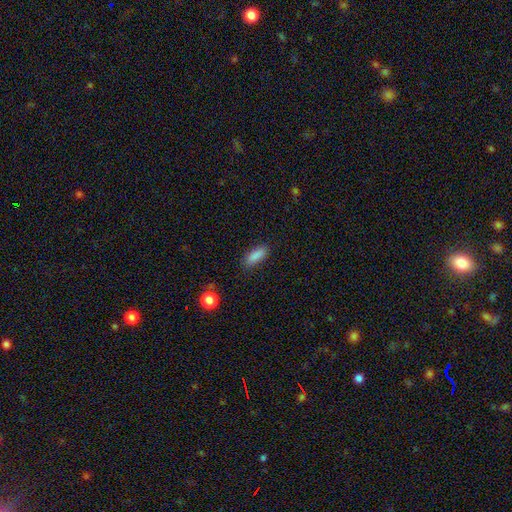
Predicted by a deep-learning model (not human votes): smooth 87%, star or artifact 8%, featured or disk 5%. Down the decision tree: how rounded — in between (65%); merging — none (83%).